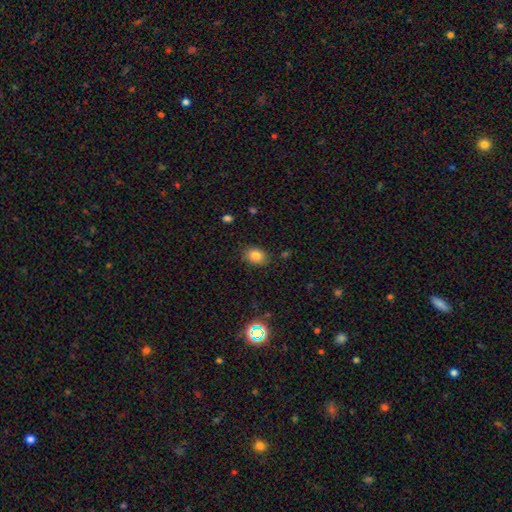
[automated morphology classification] This appears to be a smooth galaxy with no disk features (82%) that is in between round and cigar-shaped (71%). Merging: none (85%).